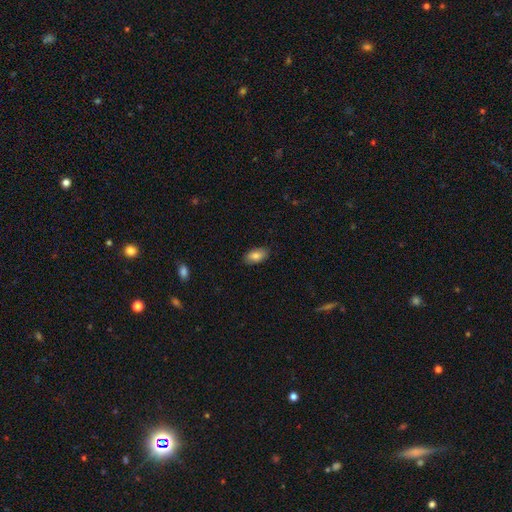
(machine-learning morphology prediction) smooth-or-featured: smooth: 85% | featured or disk: 8% | star or artifact: 7%
  how-rounded: in between: 93% | round: 4% | cigar-shaped: 3%
  merging: none: 85% | minor disturbance: 11% | major disturbance: 2% | merger: 1%